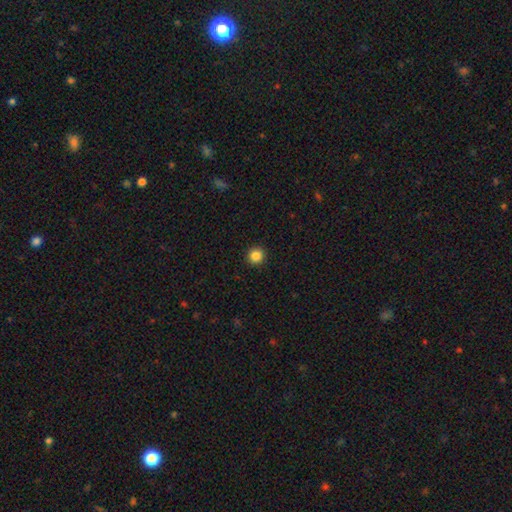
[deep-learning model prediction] This is clearly a smooth galaxy (85%). How rounded: clearly round (94%). Merging: clearly none (93%).